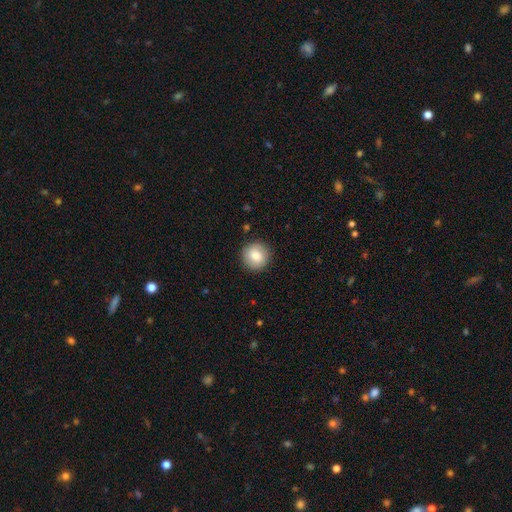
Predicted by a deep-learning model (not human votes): Smooth or featured: smooth — 84% (featured or disk — 9%)
How rounded: round — 93% (in between — 6%)
Merging: none — 90% (minor disturbance — 7%)